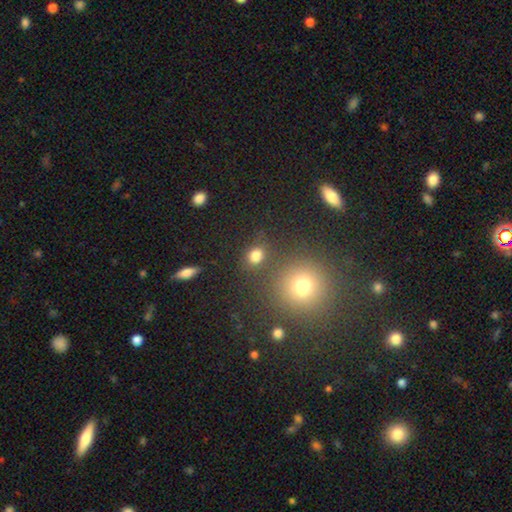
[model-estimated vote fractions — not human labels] A smooth galaxy with no disk features (79%) that is round (59%). Merging: none (77%).